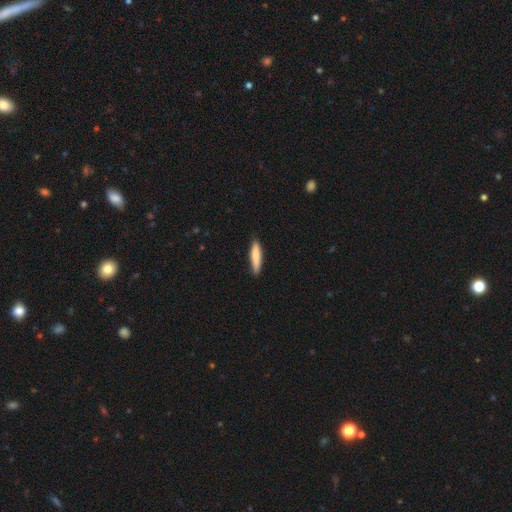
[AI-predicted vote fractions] A smooth galaxy with no disk features (79%) that is cigar-shaped (83%). Merging: none (86%).